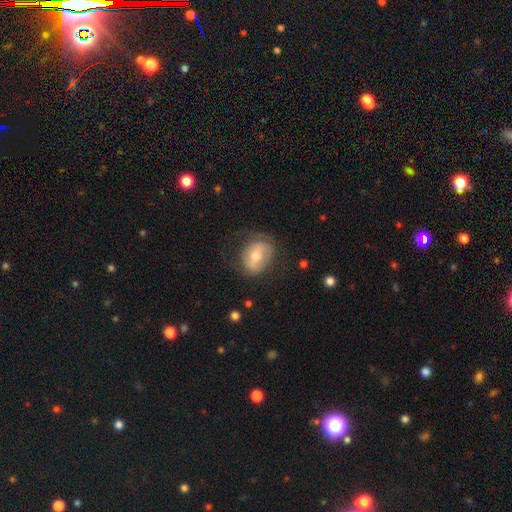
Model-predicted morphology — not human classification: type=smooth (47%); merging=none (67%).